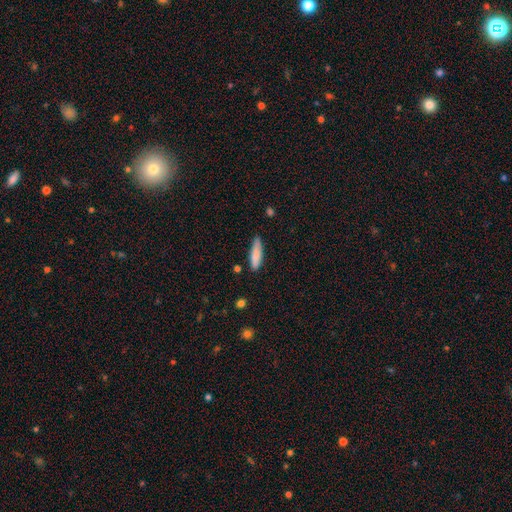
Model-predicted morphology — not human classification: Q: Smooth or featured?
A: smooth (83%); runner-up: featured or disk (11%)
Q: How rounded?
A: cigar-shaped (71%); runner-up: in between (27%)
Q: Merging?
A: none (74%); runner-up: minor disturbance (20%)